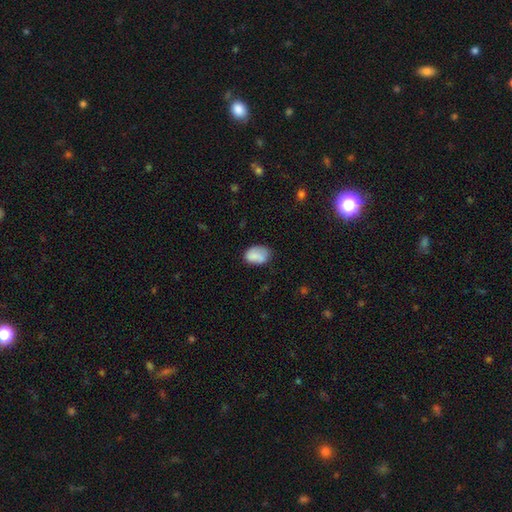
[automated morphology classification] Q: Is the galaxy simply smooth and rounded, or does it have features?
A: smooth — 80%.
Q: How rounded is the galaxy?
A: in between — 83%.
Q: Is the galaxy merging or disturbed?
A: none — 61%.